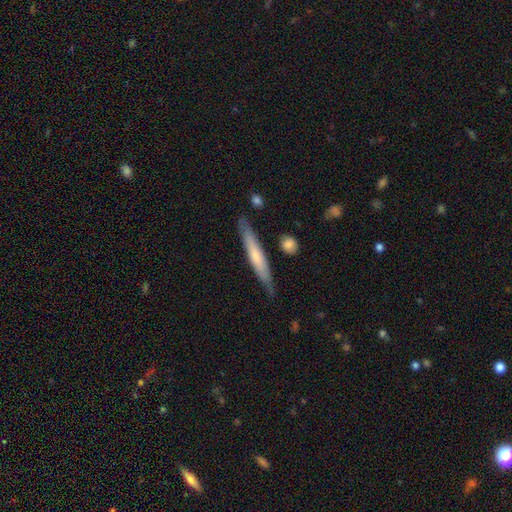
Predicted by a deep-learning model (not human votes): Overall: smooth (50%; featured or disk 44%). How rounded: cigar-shaped (94%). Merging: none (81%).